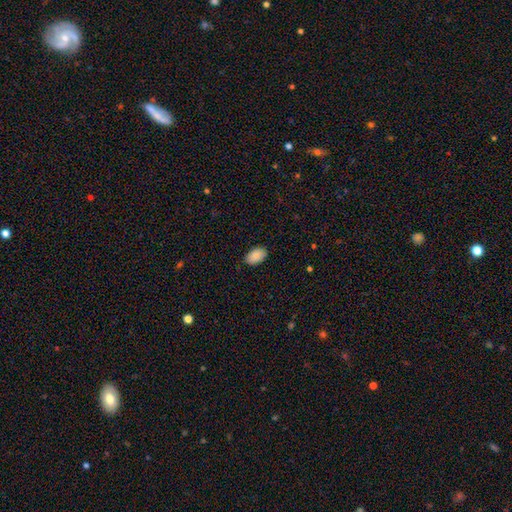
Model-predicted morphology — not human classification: Smooth or featured? Predicted: smooth (p=0.89). How rounded? Predicted: in between (p=0.93). Merging? Predicted: none (p=0.87).